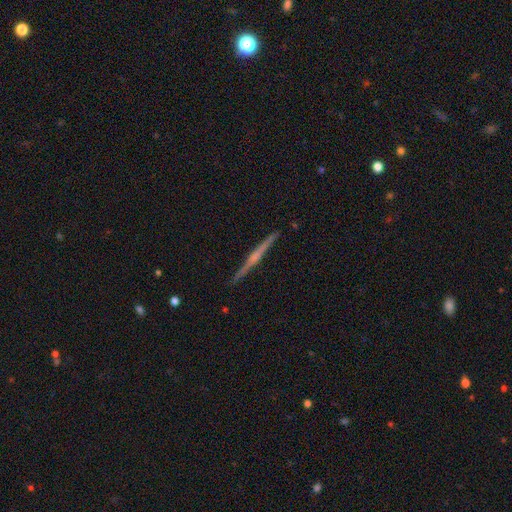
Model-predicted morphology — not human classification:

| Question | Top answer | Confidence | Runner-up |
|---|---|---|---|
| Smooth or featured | featured or disk | 76% | smooth (18%) |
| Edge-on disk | yes | 98% | no (2%) |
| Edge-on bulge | rounded | 56% | none (30%) |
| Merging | none | 91% | minor disturbance (6%) |